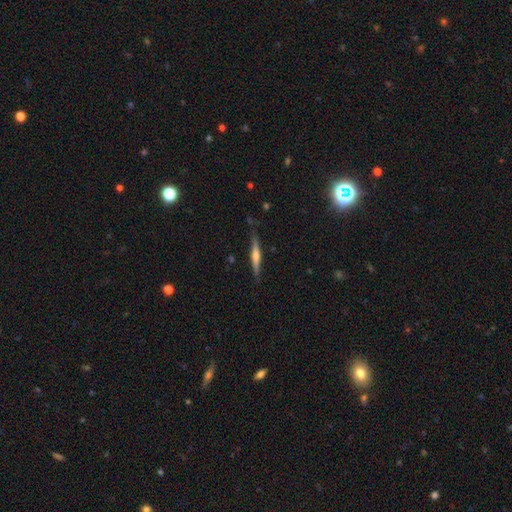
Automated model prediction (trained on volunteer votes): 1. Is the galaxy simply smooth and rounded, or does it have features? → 60% featured or disk, 34% smooth, 6% star or artifact.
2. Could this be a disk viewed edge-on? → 97% yes, 3% no.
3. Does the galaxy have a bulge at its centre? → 70% rounded, 17% none, 14% boxy.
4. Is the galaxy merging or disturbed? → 83% none, 13% minor disturbance, 2% major disturbance, 2% merger.